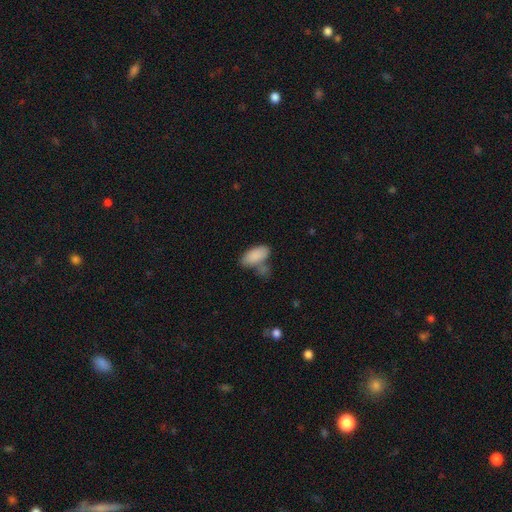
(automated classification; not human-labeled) A smooth galaxy with no disk features (86%) that is in between round and cigar-shaped (91%). Merging: none (50%).